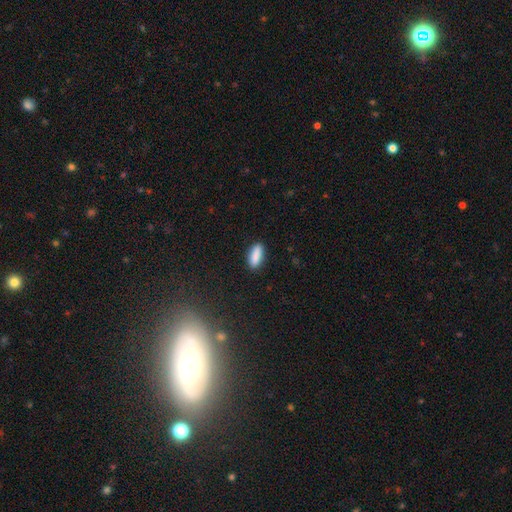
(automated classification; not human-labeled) This is clearly a smooth galaxy (89%). How rounded: likely in between (74%). Merging: clearly none (88%).